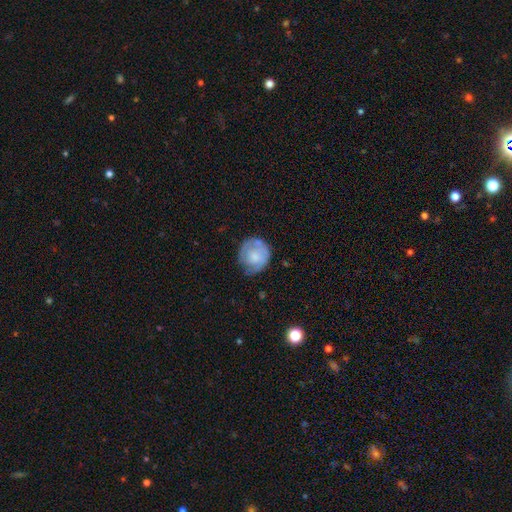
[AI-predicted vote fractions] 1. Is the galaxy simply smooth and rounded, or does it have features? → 50% featured or disk, 44% smooth, 6% star or artifact.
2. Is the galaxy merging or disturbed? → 60% none, 27% minor disturbance, 11% major disturbance, 2% merger.